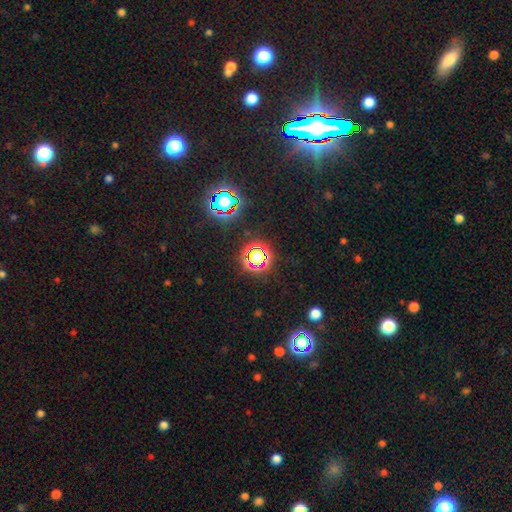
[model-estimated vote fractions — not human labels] A star or artifact, not a galaxy (63%).